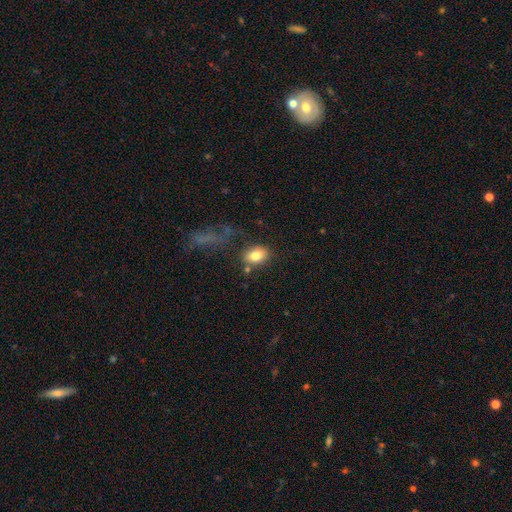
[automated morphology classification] type=smooth (81%); roundness=in between (78%); merging=none (74%).